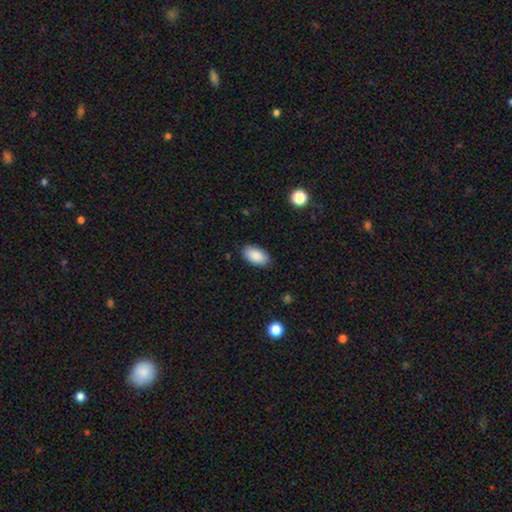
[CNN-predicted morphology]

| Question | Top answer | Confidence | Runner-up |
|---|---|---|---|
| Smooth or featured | smooth | 89% | star or artifact (6%) |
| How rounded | in between | 95% | round (3%) |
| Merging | none | 87% | minor disturbance (10%) |